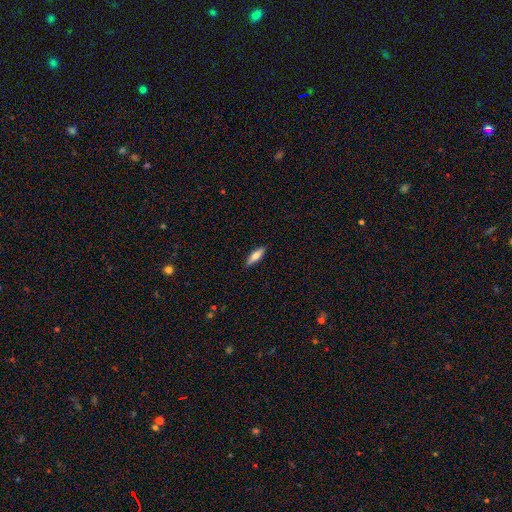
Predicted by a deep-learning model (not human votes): The model was most divided on "how rounded": cigar-shaped: 55%, in between: 43%, round: 2%. More confident: merging — none (87%); smooth or featured — smooth (68%).